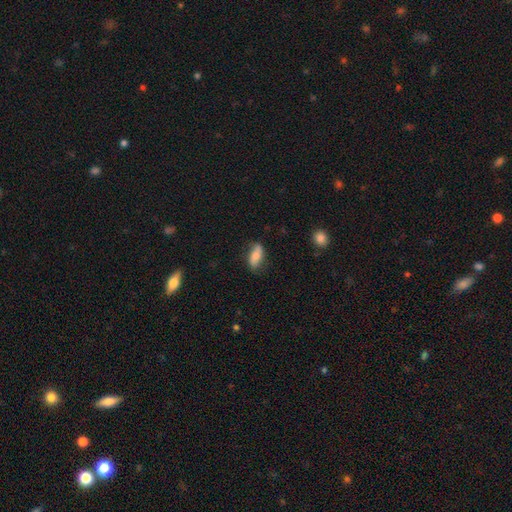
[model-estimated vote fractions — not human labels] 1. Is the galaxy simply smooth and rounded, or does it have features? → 66% smooth, 27% featured or disk, 7% star or artifact.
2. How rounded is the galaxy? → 80% in between, 16% cigar-shaped, 3% round.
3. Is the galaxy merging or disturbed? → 71% none, 22% minor disturbance, 5% major disturbance, 2% merger.